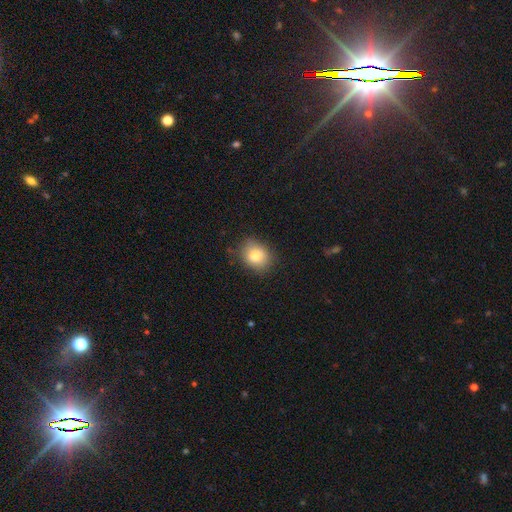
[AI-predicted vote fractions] The model was most divided on "how rounded": round: 61%, in between: 38%, cigar-shaped: 1%. More confident: merging — none (82%); smooth or featured — smooth (80%).